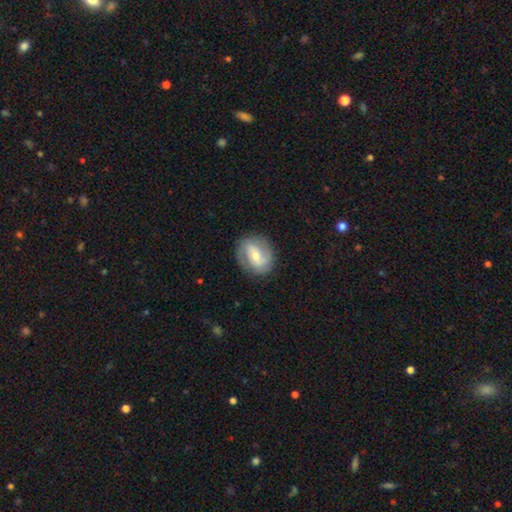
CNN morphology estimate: type=featured or disk (66%); edge-on=no (96%); bar=weak (43%); spiral arms=yes (82%); winding=medium (41%); arm count=2 (72%); bulge=moderate (53%); merging=none (82%).